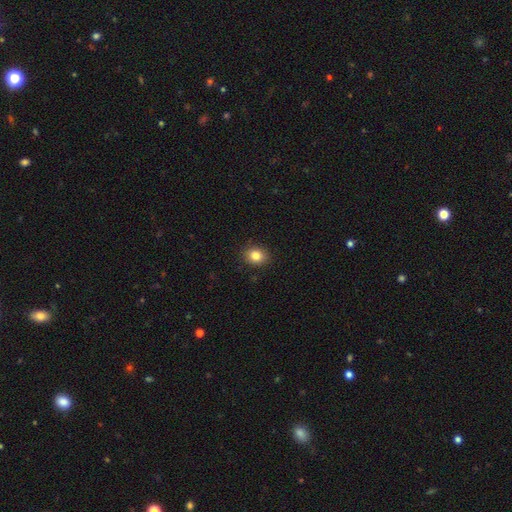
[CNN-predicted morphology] A smooth galaxy with no disk features (83%) that is round (56%). Merging: none (90%).